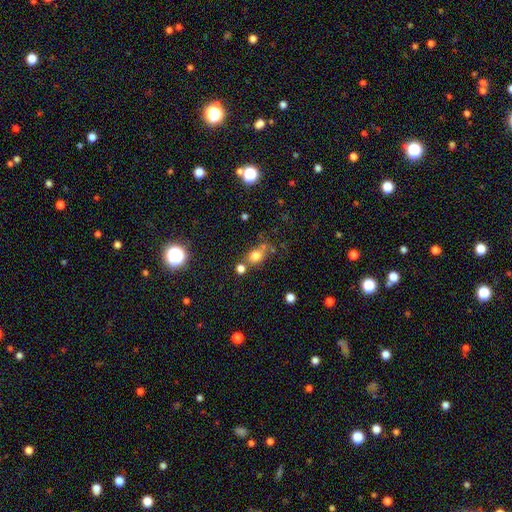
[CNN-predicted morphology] smooth 75%, star or artifact 15%, featured or disk 11%. Down the decision tree: how rounded — round (51%); merging — none (55%).